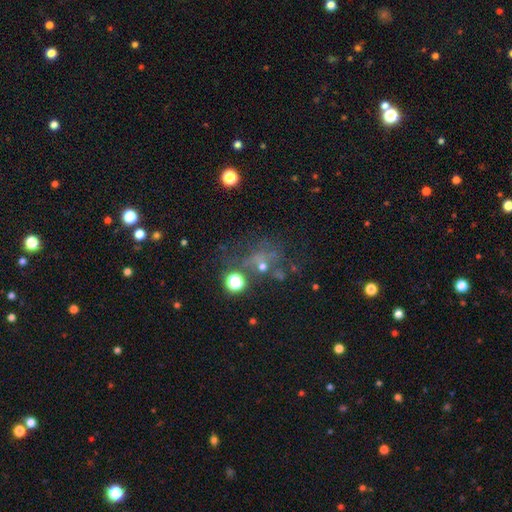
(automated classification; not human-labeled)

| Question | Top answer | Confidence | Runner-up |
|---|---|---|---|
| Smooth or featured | star or artifact | 43% | featured or disk (30%) |